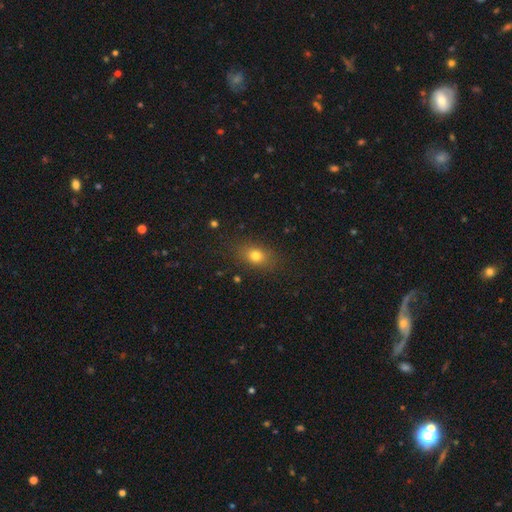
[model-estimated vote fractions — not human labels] smooth-or-featured: smooth: 77% | star or artifact: 13% | featured or disk: 10%
  how-rounded: in between: 67% | round: 30% | cigar-shaped: 3%
  merging: none: 83% | minor disturbance: 12% | major disturbance: 4% | merger: 1%